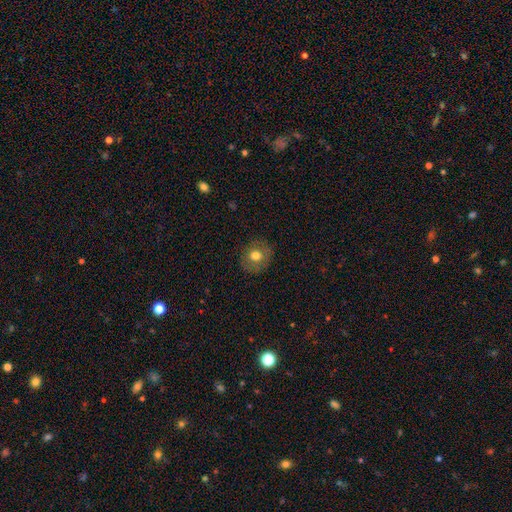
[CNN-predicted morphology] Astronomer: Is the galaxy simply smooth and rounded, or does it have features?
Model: smooth — 71%.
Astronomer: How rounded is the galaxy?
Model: round — 80%.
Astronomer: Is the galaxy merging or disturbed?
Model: none — 86%.